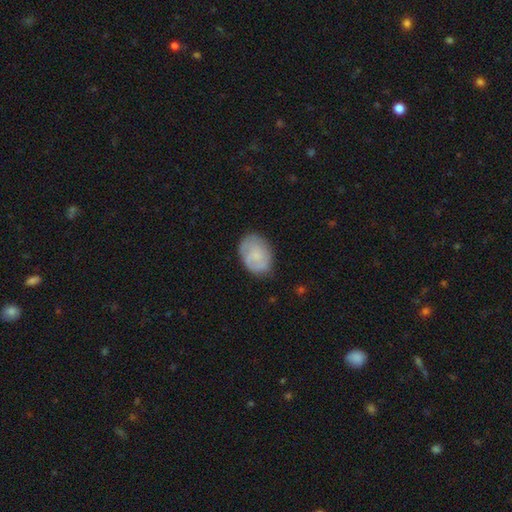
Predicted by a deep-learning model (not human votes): Smooth or featured: smooth — 63% (featured or disk — 30%)
How rounded: in between — 77% (round — 22%)
Merging: none — 74% (minor disturbance — 20%)